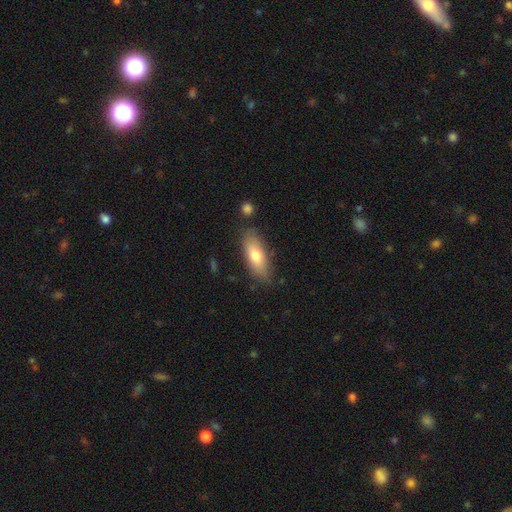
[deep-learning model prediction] The model was most divided on "how rounded": in between: 70%, cigar-shaped: 28%, round: 2%. More confident: merging — none (78%); smooth or featured — smooth (72%).